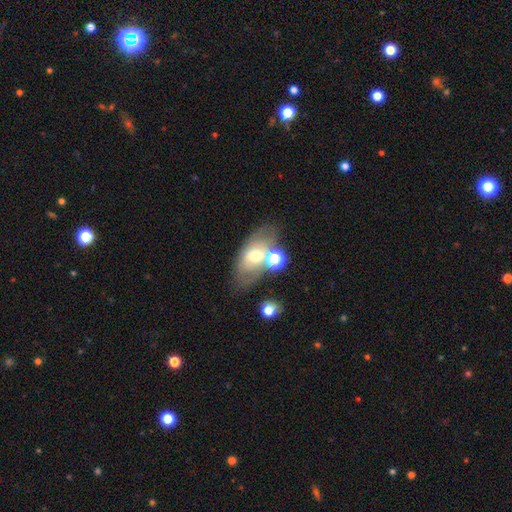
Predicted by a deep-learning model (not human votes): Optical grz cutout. It shows a smooth galaxy with no disk features (45%). Merging: none (49%).